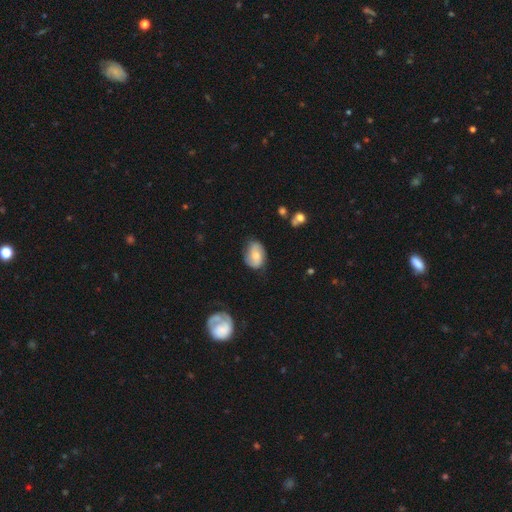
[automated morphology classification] A smooth galaxy with no disk features (50%) that is in between round and cigar-shaped (77%). Merging: none (69%).